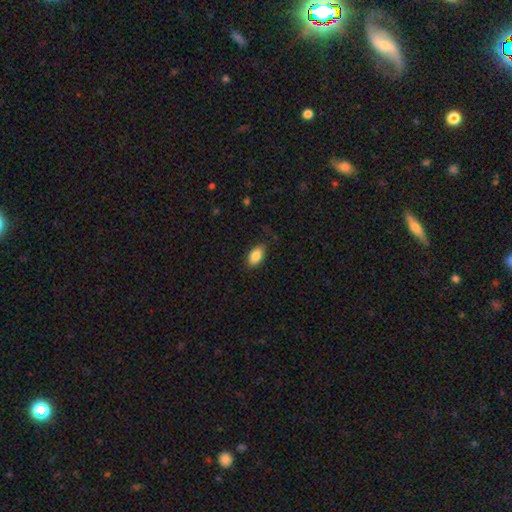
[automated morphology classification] This is clearly a smooth galaxy (86%). How rounded: clearly in between (92%). Merging: clearly none (81%).